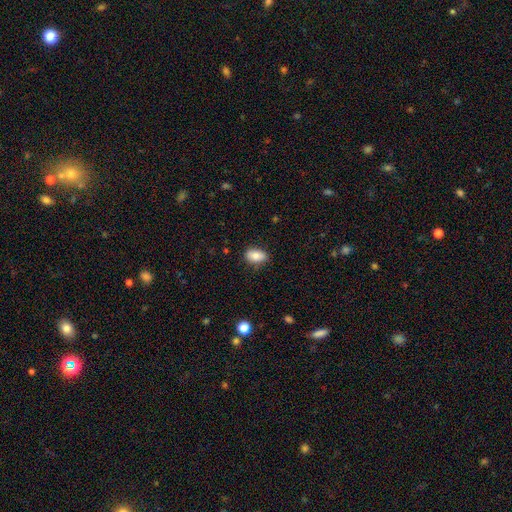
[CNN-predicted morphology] A smooth galaxy with no disk features (82%) that is in between round and cigar-shaped (88%).

Vote fractions:
- Smooth or featured? smooth: 82% / featured or disk: 10% / star or artifact: 8%
- How rounded? in between: 88% / round: 10% / cigar-shaped: 2%
- Merging? none: 82% / minor disturbance: 14% / major disturbance: 3% / merger: 1%